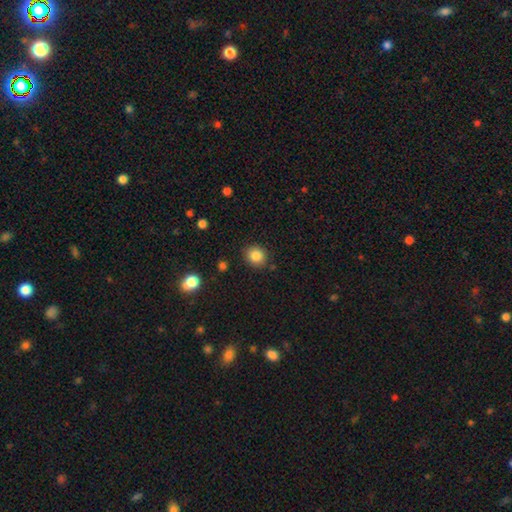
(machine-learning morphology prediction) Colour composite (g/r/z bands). It shows a smooth galaxy with no disk features (85%) that is round (78%). Merging: none (86%).